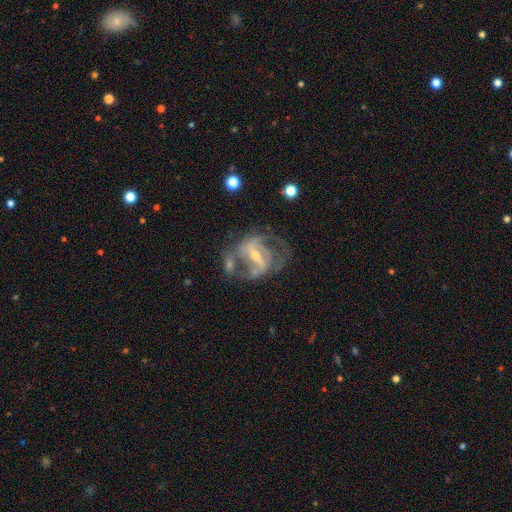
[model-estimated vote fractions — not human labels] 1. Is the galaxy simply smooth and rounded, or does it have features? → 88% featured or disk, 6% star or artifact, 6% smooth.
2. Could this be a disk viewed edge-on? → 97% no, 3% yes.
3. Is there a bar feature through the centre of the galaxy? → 55% strong, 34% weak, 10% no.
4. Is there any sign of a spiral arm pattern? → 93% yes, 7% no.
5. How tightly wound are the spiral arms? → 51% medium, 27% loose, 21% tight.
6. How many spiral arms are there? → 67% 2, 12% 3, 11% can't tell, 4% 1, 3% 4, 3% more than 4.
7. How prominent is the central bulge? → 53% small, 42% moderate, 2% none, 2% large, 1% dominant.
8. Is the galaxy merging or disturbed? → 50% none, 21% major disturbance, 20% minor disturbance, 9% merger.